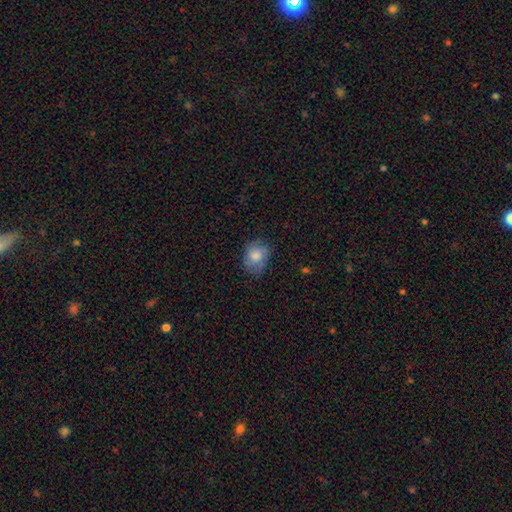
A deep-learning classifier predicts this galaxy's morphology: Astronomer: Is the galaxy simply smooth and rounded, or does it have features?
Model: smooth — 80%.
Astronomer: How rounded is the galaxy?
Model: in between — 57% (runner-up: round, 42%).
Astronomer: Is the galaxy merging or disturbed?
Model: none — 64%.